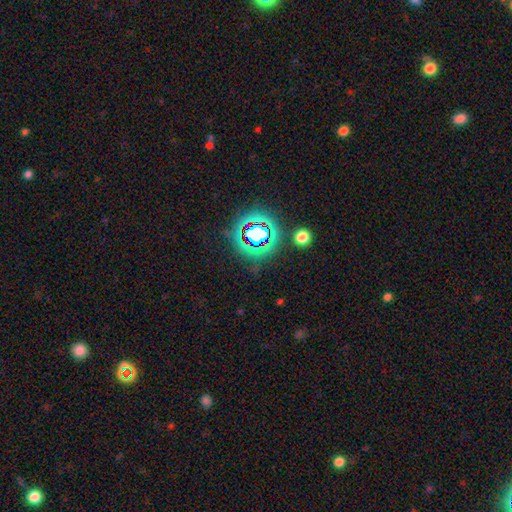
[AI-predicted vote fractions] Overall: star or artifact (78%).